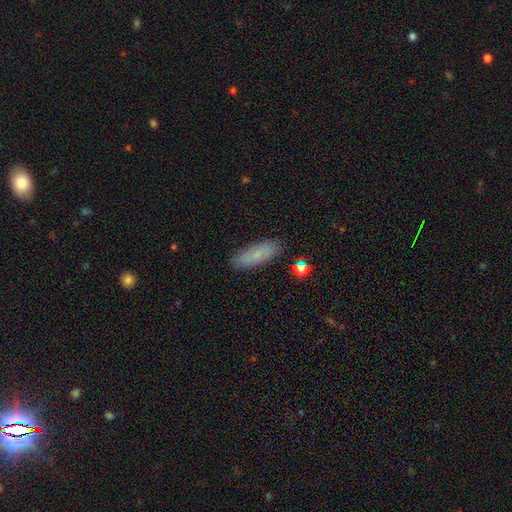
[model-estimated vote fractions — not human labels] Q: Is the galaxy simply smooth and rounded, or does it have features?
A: smooth — 78%.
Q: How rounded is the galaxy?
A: in between — 58%.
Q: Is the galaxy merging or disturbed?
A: none — 86%.